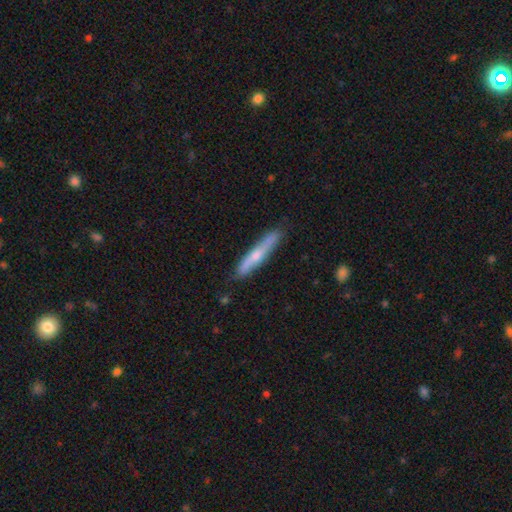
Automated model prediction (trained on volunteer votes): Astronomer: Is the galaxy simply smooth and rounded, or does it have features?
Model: smooth — 51% (runner-up: featured or disk, 44%).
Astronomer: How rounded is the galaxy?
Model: cigar-shaped — 93%.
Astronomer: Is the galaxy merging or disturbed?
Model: none — 84%.